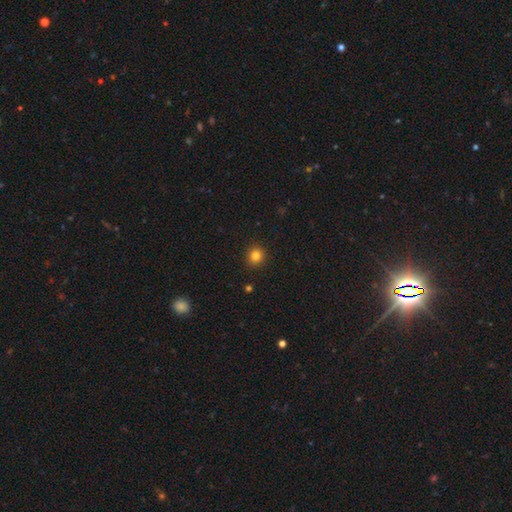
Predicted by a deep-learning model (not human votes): A smooth galaxy with no disk features (82%) that is round (87%).

Vote fractions:
- Smooth or featured? smooth: 82% / star or artifact: 12% / featured or disk: 5%
- How rounded? round: 87% / in between: 12% / cigar-shaped: 1%
- Merging? none: 92% / minor disturbance: 6% / major disturbance: 2% / merger: 1%